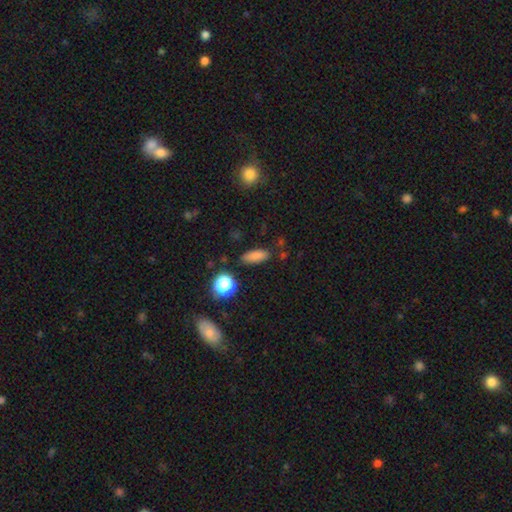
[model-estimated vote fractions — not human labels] smooth 80%, star or artifact 14%, featured or disk 6%. Down the decision tree: how rounded — in between (72%); merging — none (83%).